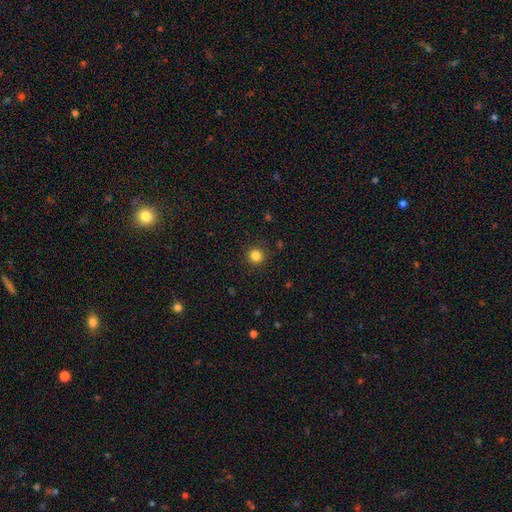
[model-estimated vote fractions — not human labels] Q: Smooth or featured?
A: smooth (84%); runner-up: star or artifact (12%)
Q: How rounded?
A: round (94%); runner-up: in between (5%)
Q: Merging?
A: none (90%); runner-up: minor disturbance (6%)